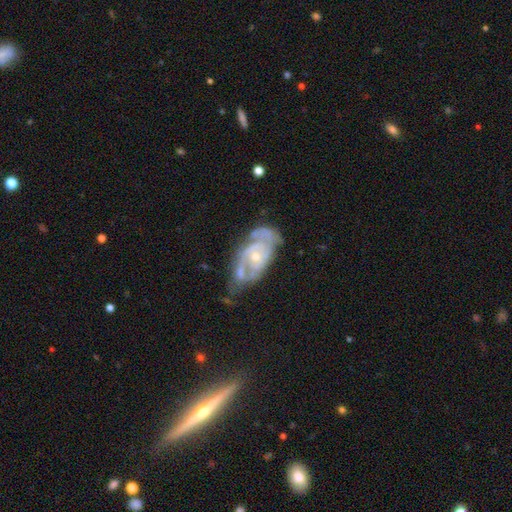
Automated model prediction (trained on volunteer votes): This is clearly a featured or disk galaxy (84%). It is clearly not viewed edge-on (95%). Bar: likely no (68%). Spiral arm pattern: clearly yes (90%). Spiral arm count: marginally 2 (44%). Spiral winding: possibly tight (59%). Central bulge: likely small (62%). Merging: possibly none (52%).